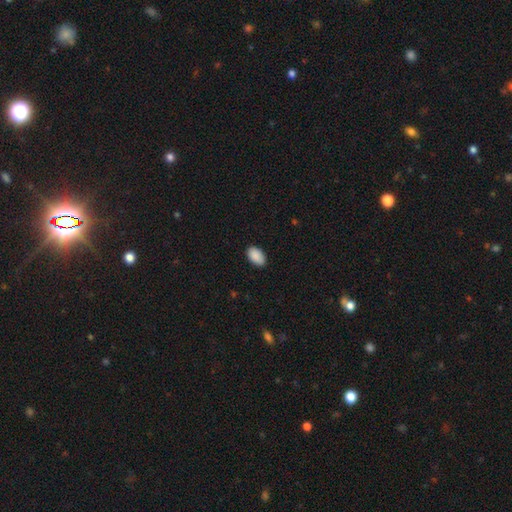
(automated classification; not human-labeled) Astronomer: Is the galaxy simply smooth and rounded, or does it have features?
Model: smooth — 90%.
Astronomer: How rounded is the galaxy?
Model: in between — 93%.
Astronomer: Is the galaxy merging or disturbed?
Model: none — 87%.